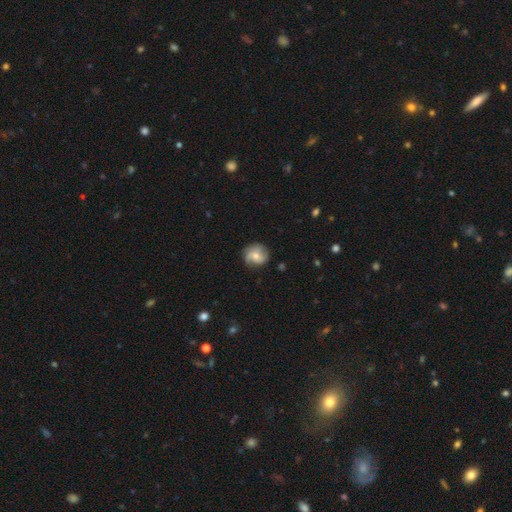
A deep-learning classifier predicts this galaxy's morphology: Q: Smooth or featured?
A: featured or disk (51%); runner-up: smooth (41%)
Q: Edge-on disk?
A: no (97%); runner-up: yes (3%)
Q: Merging?
A: none (73%); runner-up: minor disturbance (20%)